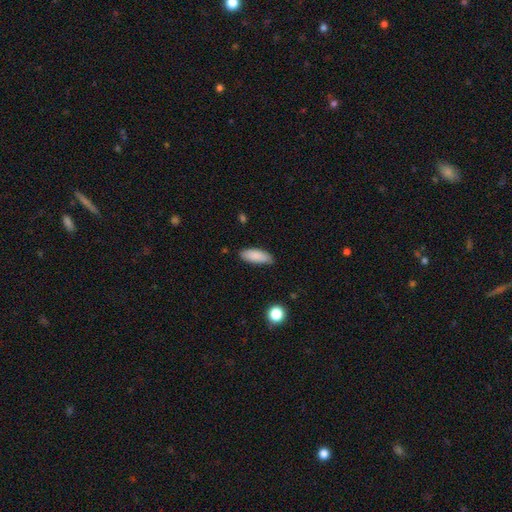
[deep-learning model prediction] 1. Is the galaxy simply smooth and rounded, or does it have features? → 88% smooth, 6% star or artifact, 6% featured or disk.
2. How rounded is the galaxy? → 74% in between, 24% cigar-shaped, 2% round.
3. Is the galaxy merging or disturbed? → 82% none, 14% minor disturbance, 2% major disturbance, 1% merger.